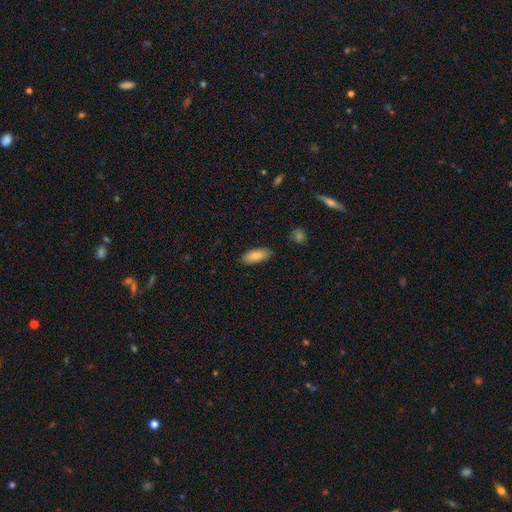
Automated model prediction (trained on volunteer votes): smooth 83%, featured or disk 10%, star or artifact 6%. Down the decision tree: how rounded — in between (78%); merging — none (86%).